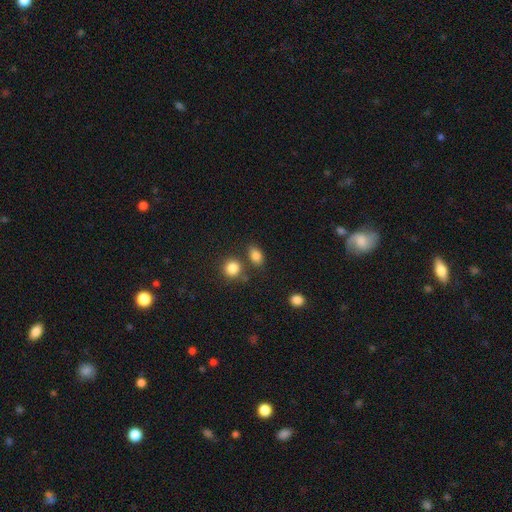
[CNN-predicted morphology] smooth_or_featured: smooth (p=0.84) [alt: star or artifact p=0.11]
how_rounded: in between (p=0.75) [alt: round p=0.23]
merging: none (p=0.68) [alt: merger p=0.14]